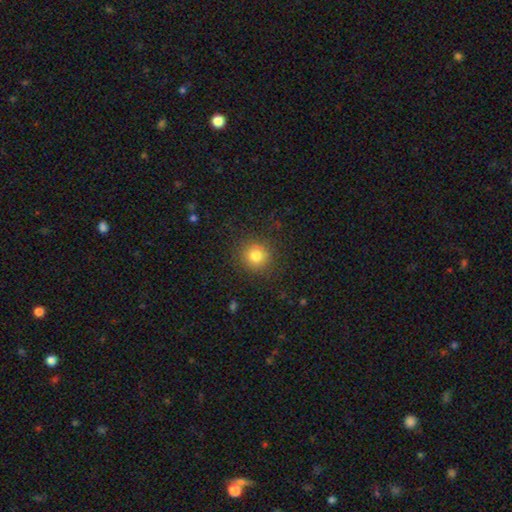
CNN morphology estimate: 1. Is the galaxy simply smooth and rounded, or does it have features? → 81% smooth, 12% star or artifact, 6% featured or disk.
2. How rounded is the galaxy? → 92% round, 8% in between, 1% cigar-shaped.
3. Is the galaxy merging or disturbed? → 88% none, 8% minor disturbance, 3% major disturbance, 1% merger.